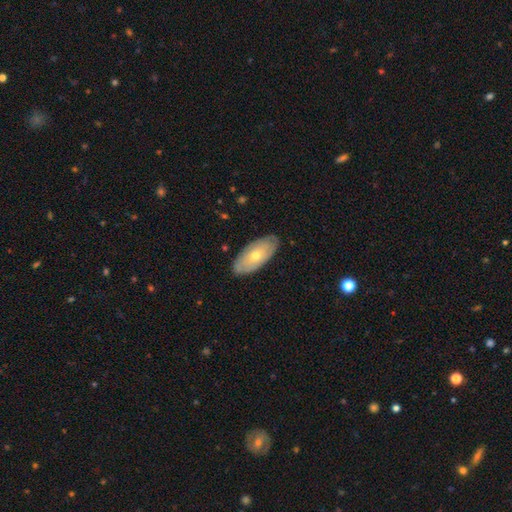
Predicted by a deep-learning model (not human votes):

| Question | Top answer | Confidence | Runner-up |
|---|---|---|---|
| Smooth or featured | smooth | 50% | featured or disk (44%) |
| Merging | none | 85% | minor disturbance (12%) |